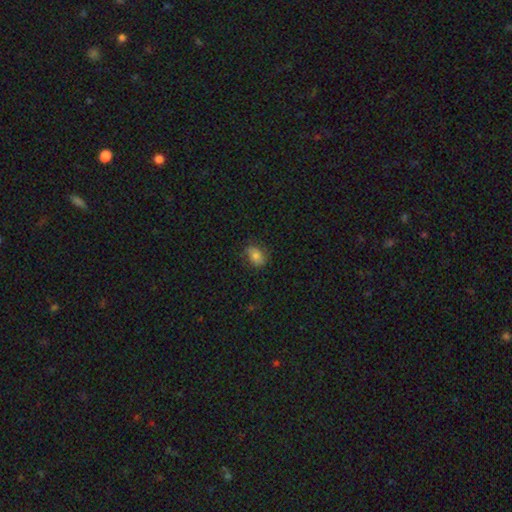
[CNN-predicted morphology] type=smooth (77%); roundness=in between (74%); merging=none (75%).